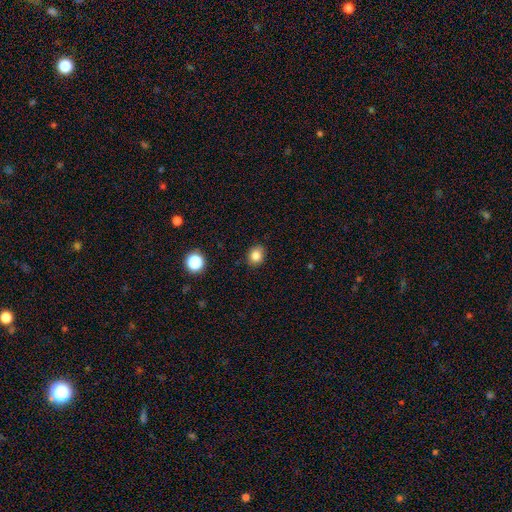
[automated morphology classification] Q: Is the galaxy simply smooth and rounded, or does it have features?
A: smooth — 83%.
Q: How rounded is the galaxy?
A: round — 63%.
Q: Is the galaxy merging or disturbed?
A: none — 87%.